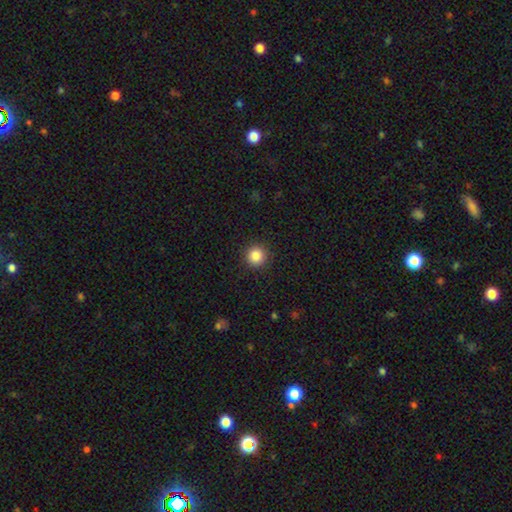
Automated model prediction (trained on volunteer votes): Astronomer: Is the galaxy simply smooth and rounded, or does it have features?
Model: smooth — 87%.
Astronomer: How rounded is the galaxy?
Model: round — 95%.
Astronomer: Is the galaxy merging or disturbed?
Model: none — 91%.